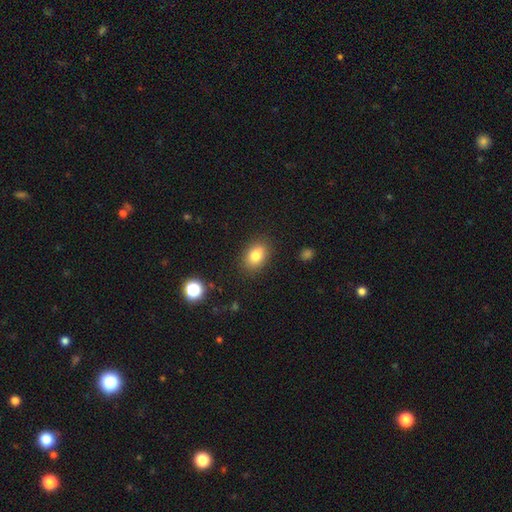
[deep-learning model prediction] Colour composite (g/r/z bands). It shows a smooth galaxy with no disk features (81%) that is in between round and cigar-shaped (76%). Merging: none (85%).